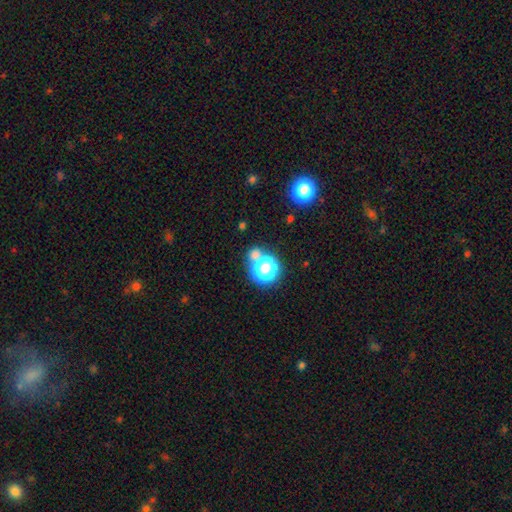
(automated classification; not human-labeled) Overall: smooth (64%; star or artifact 28%). How rounded: round (79%). Merging: none (56%; merger 30%).